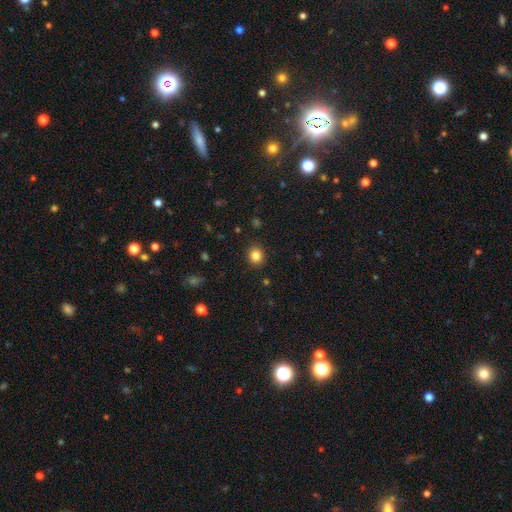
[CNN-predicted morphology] Smooth or featured? Predicted: smooth (p=0.84). How rounded? Predicted: round (p=0.80). Merging? Predicted: none (p=0.90).